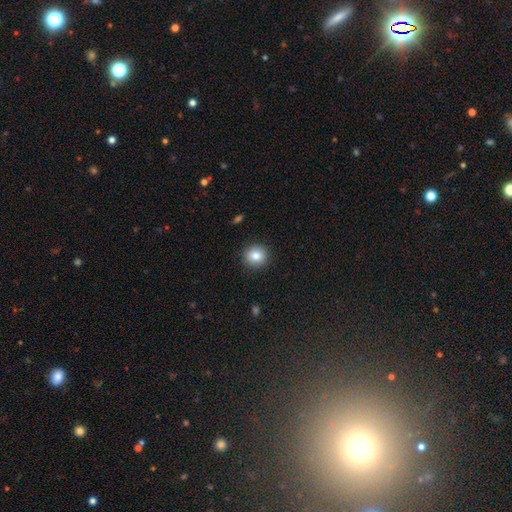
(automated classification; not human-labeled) Smooth or featured?
  - smooth: 84% *
  - star or artifact: 9%
  - featured or disk: 7%
How rounded?
  - round: 89% *
  - in between: 10%
  - cigar-shaped: 1%
Merging?
  - none: 91% *
  - minor disturbance: 6%
  - major disturbance: 2%
  - merger: 1%